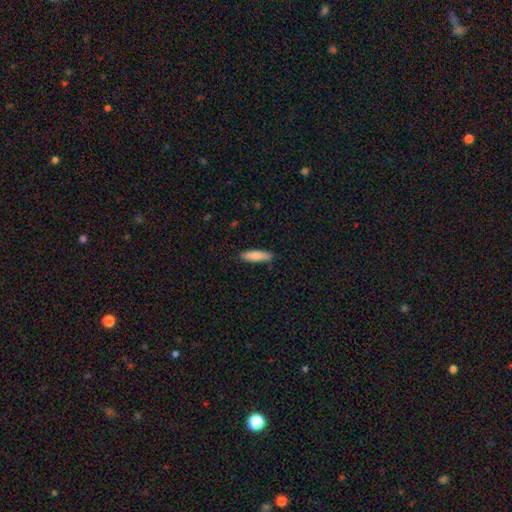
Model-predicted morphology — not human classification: This is clearly a smooth galaxy (85%). How rounded: likely cigar-shaped (63%). Merging: clearly none (87%).